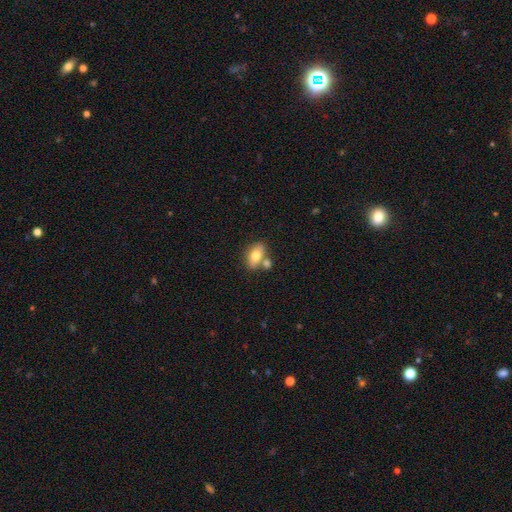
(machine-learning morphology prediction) smooth-or-featured: smooth: 75% | featured or disk: 18% | star or artifact: 7%
  how-rounded: in between: 87% | round: 10% | cigar-shaped: 4%
  merging: none: 56% | merger: 28% | minor disturbance: 12% | major disturbance: 4%